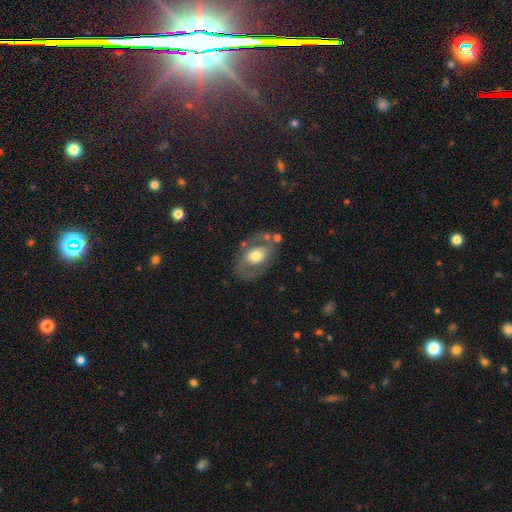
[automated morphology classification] Smooth or featured?
  - featured or disk: 55% *
  - smooth: 38%
  - star or artifact: 7%
Edge-on disk?
  - no: 93% *
  - yes: 7%
Bar?
  - no: 71% *
  - weak: 21%
  - strong: 8%
Spiral arms?
  - no: 59% *
  - yes: 41%
Bulge size?
  - moderate: 59% *
  - large: 29%
  - small: 8%
  - dominant: 2%
  - none: 1%
Merging?
  - none: 67% *
  - minor disturbance: 17%
  - major disturbance: 9%
  - merger: 6%